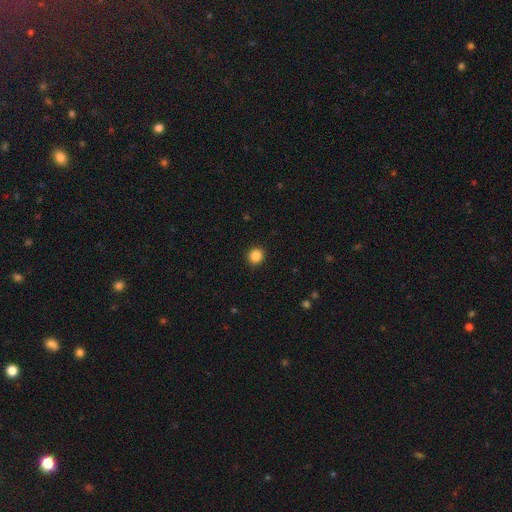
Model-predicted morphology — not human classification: This appears to be a smooth galaxy with no disk features (86%) that is round (92%). Merging: none (93%).